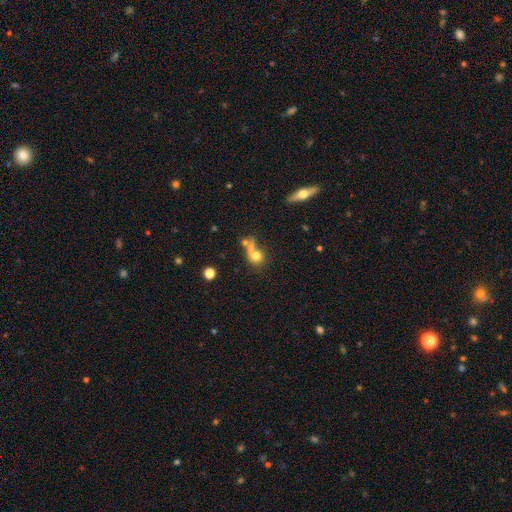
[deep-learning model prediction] A smooth galaxy with no disk features (72%) that is round (76%). Merging: merger (44%).